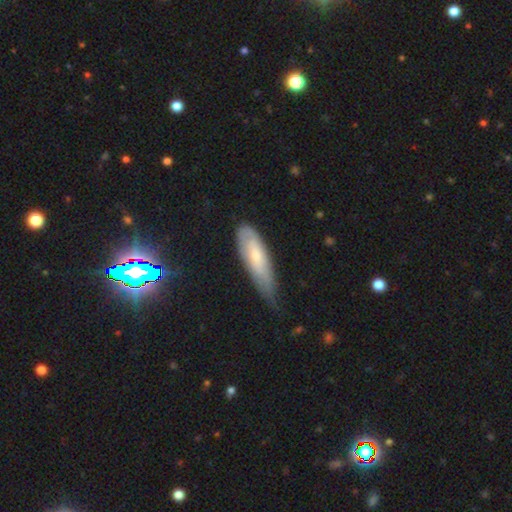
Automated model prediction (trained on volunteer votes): Q: Smooth or featured?
A: smooth (57%); runner-up: featured or disk (36%)
Q: How rounded?
A: cigar-shaped (51%); runner-up: in between (48%)
Q: Merging?
A: minor disturbance (45%); runner-up: none (39%)